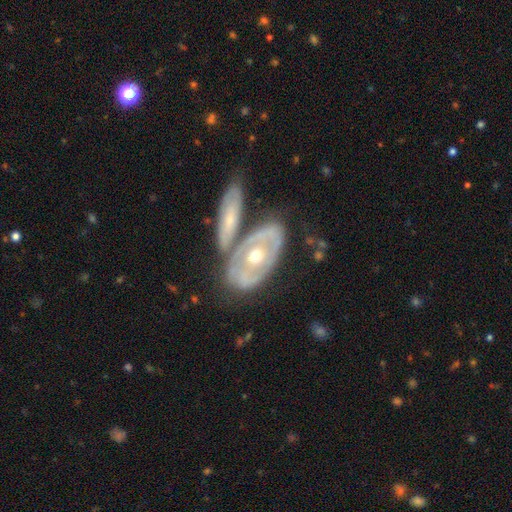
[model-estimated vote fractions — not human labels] smooth-or-featured: featured or disk: 75% | smooth: 20% | star or artifact: 5%
  disk-edge-on: no: 90% | yes: 10%
    bar: no: 81% | weak: 13% | strong: 6%
    has-spiral-arms: no: 51% | yes: 49%
    bulge-size: moderate: 67% | small: 29% | large: 3% | none: 1% | dominant: 1%
  merging: none: 53% | merger: 25% | minor disturbance: 16% | major disturbance: 6%